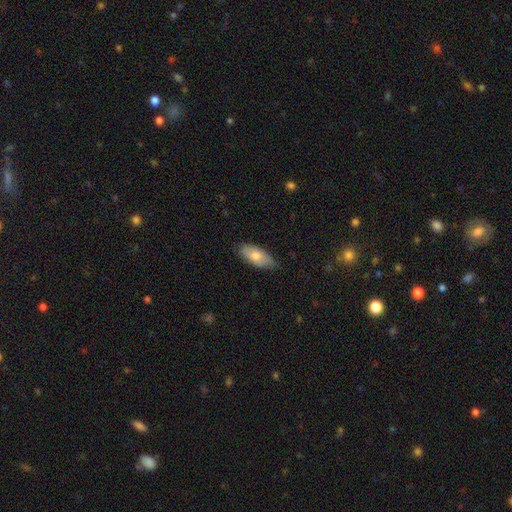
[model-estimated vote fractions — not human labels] A smooth galaxy with no disk features (72%) that is in between round and cigar-shaped (88%).

Vote fractions:
- Smooth or featured? smooth: 72% / featured or disk: 22% / star or artifact: 6%
- How rounded? in between: 88% / cigar-shaped: 10% / round: 2%
- Merging? none: 77% / minor disturbance: 19% / major disturbance: 3% / merger: 1%